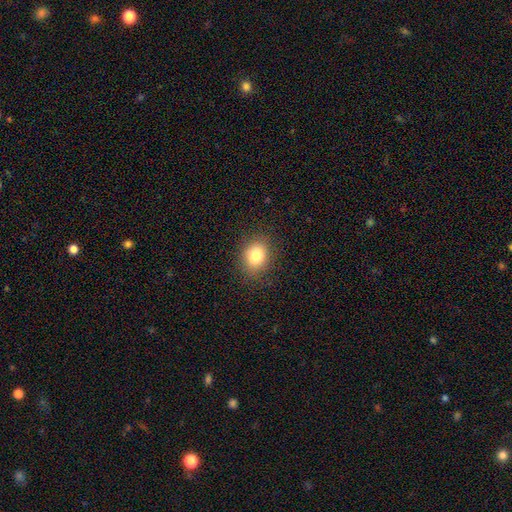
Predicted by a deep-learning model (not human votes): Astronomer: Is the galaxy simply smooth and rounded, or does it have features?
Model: smooth — 82%.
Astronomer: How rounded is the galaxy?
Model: in between — 52% (runner-up: round, 47%).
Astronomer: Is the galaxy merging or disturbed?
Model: none — 86%.